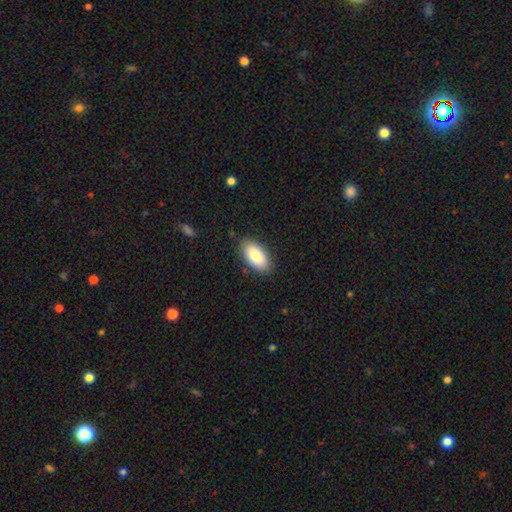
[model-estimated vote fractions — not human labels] A smooth galaxy with no disk features (82%) that is in between round and cigar-shaped (94%). Merging: none (87%).